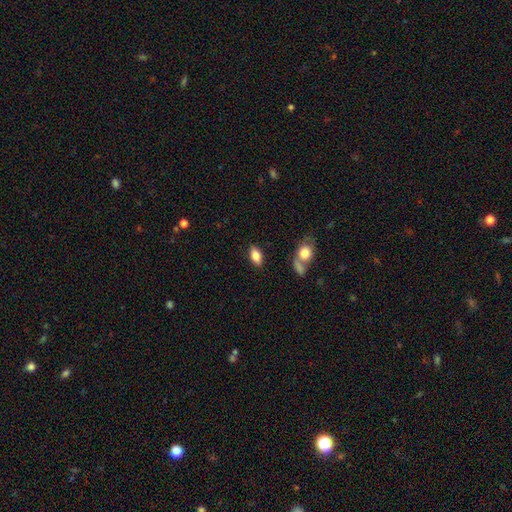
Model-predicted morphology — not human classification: This appears to be a smooth galaxy with no disk features (77%) that is in between round and cigar-shaped (88%). Merging: none (83%).